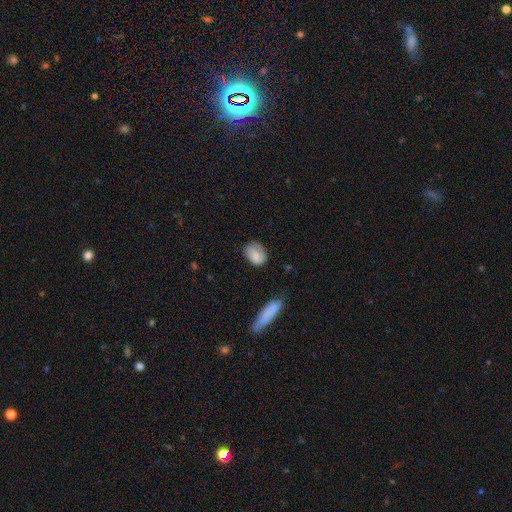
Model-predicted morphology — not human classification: Smooth or featured? smooth (75%)
How rounded? in between (73%)
Merging? none (52%)